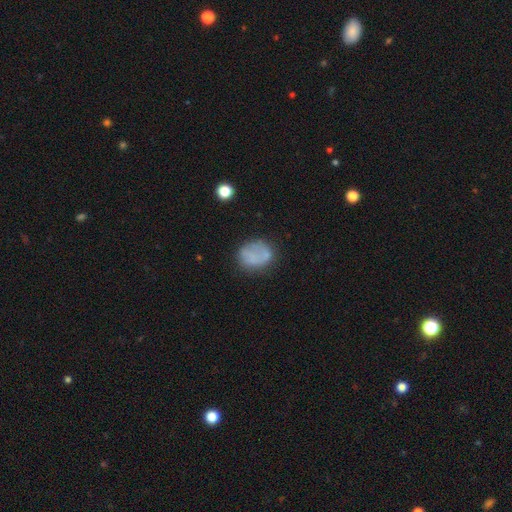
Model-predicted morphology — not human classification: Overall: smooth (67%). How rounded: round (59%; in between 40%). Merging: none (60%; minor disturbance 23%).